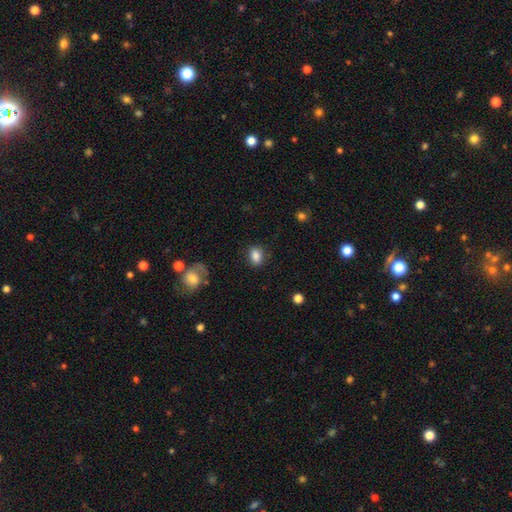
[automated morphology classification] smooth-or-featured: smooth: 84% | star or artifact: 8% | featured or disk: 7%
  how-rounded: in between: 69% | round: 29% | cigar-shaped: 1%
  merging: none: 80% | minor disturbance: 13% | major disturbance: 5% | merger: 2%